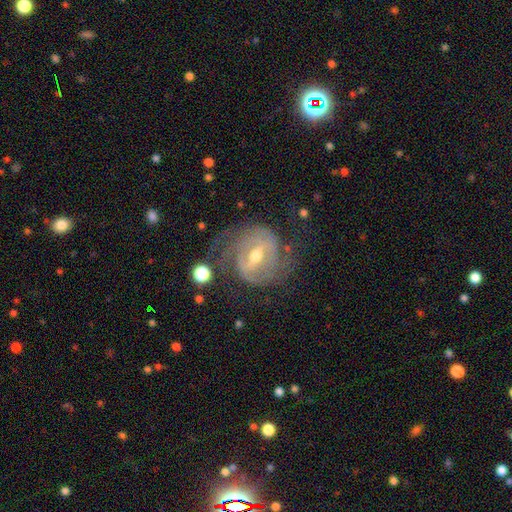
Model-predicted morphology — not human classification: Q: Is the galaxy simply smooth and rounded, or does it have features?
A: featured or disk — 87%.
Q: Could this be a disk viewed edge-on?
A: no — 96%.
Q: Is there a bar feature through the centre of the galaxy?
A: strong — 47%.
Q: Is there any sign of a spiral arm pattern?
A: yes — 92%.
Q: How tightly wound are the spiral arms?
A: tight — 47%.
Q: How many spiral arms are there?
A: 2 — 62%.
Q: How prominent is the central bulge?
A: moderate — 62%.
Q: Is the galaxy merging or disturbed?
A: none — 67%.